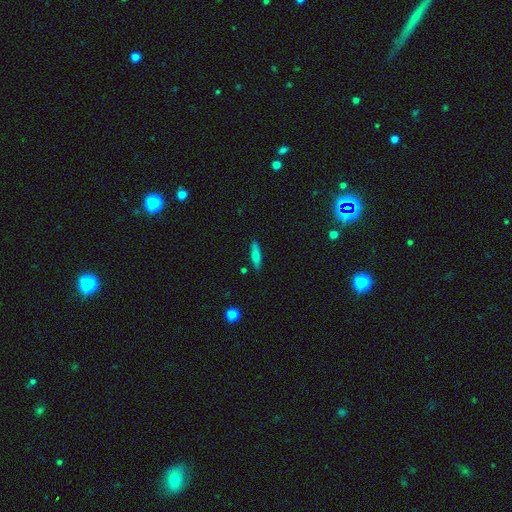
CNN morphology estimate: The model was most divided on "how rounded": cigar-shaped: 72%, in between: 26%, round: 2%. More confident: merging — none (83%); smooth or featured — smooth (71%).